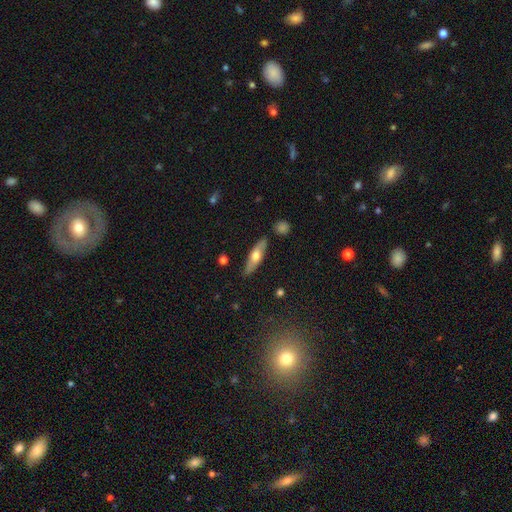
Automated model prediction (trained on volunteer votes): smooth-or-featured: smooth: 52% | featured or disk: 43% | star or artifact: 6%
  how-rounded: cigar-shaped: 59% | in between: 38% | round: 3%
  merging: none: 84% | minor disturbance: 11% | merger: 2% | major disturbance: 2%